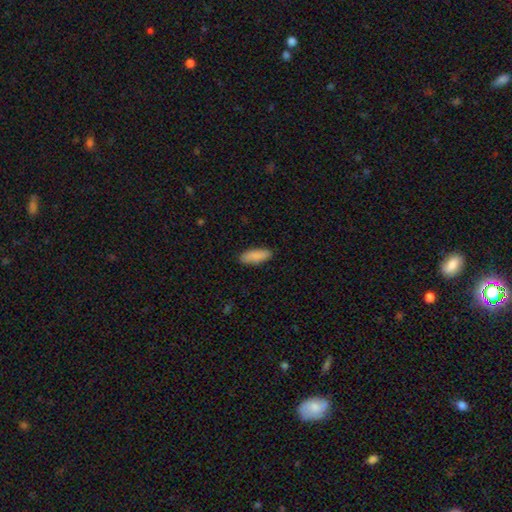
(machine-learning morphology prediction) smooth 89%, star or artifact 6%, featured or disk 6%. Down the decision tree: how rounded — in between (65%); merging — none (88%).